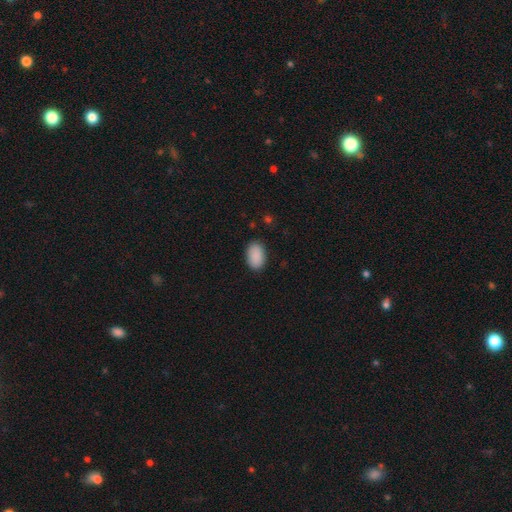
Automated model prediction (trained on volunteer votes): Smooth or featured? smooth (90%)
How rounded? in between (93%)
Merging? none (87%)